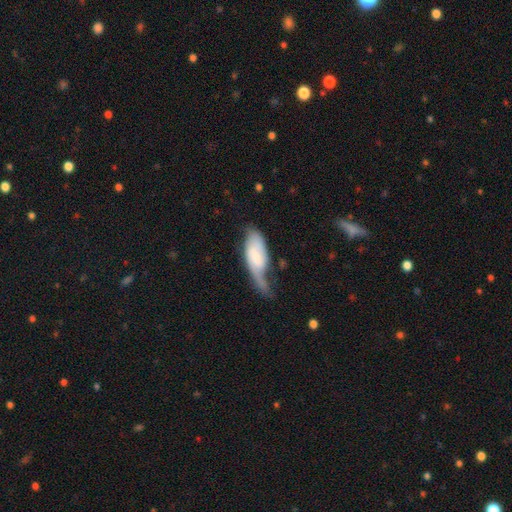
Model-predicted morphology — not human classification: smooth 49%, featured or disk 45%, star or artifact 6%. Down the decision tree: merging — major disturbance (38%).